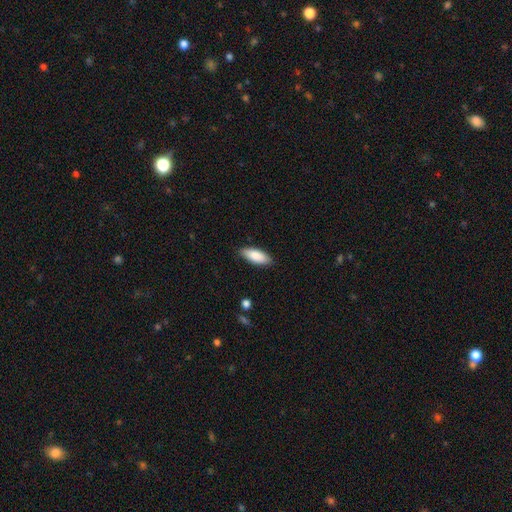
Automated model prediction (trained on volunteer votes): Smooth or featured? Predicted: smooth (p=0.86). How rounded? Predicted: in between (p=0.74). Merging? Predicted: none (p=0.87).